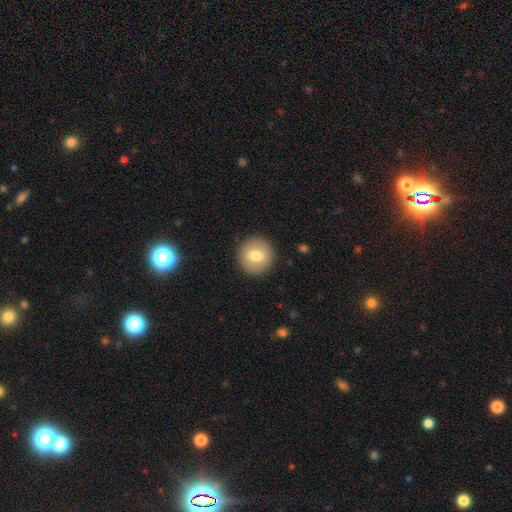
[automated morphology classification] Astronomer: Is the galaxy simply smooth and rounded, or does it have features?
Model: smooth — 75%.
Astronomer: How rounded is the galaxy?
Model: round — 92%.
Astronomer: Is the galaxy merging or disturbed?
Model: none — 90%.